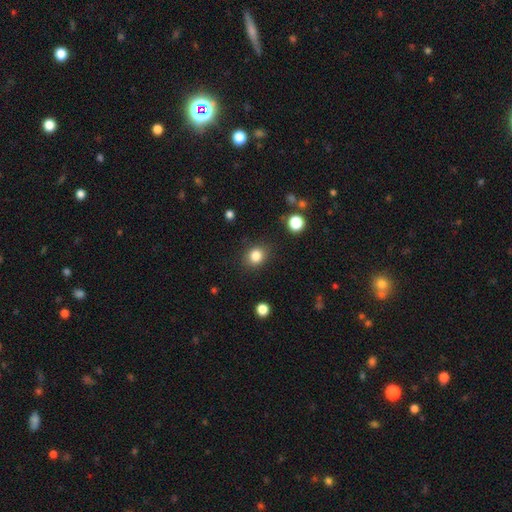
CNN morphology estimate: smooth_or_featured: smooth (p=0.84) [alt: star or artifact p=0.11]
how_rounded: round (p=0.69) [alt: in between p=0.30]
merging: none (p=0.85) [alt: minor disturbance p=0.10]